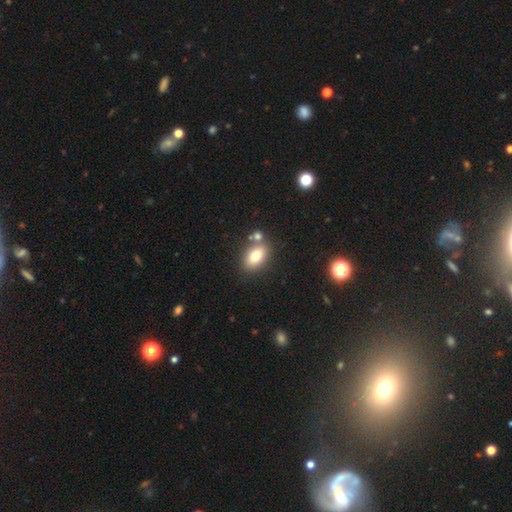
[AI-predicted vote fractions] smooth 78%, featured or disk 13%, star or artifact 9%. Down the decision tree: how rounded — in between (86%); merging — none (68%).